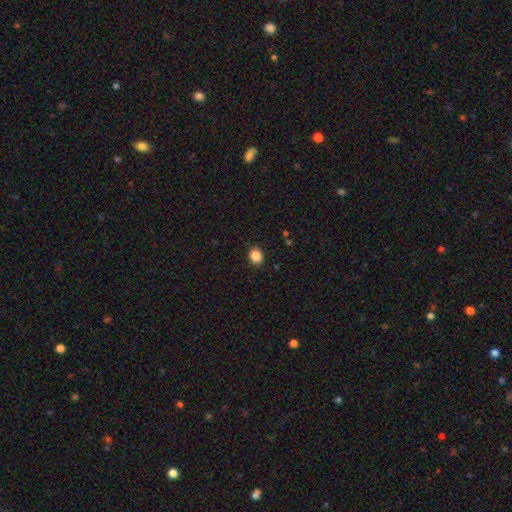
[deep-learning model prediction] This is clearly a smooth galaxy (87%). How rounded: possibly round (59%). Merging: clearly none (89%).